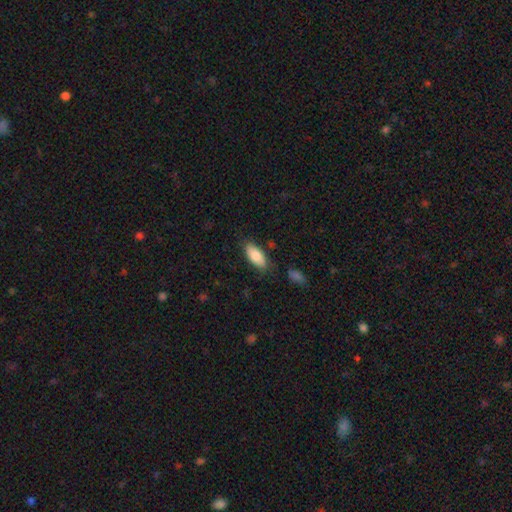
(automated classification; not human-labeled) A smooth galaxy with no disk features (82%) that is in between round and cigar-shaped (88%). Merging: none (78%).